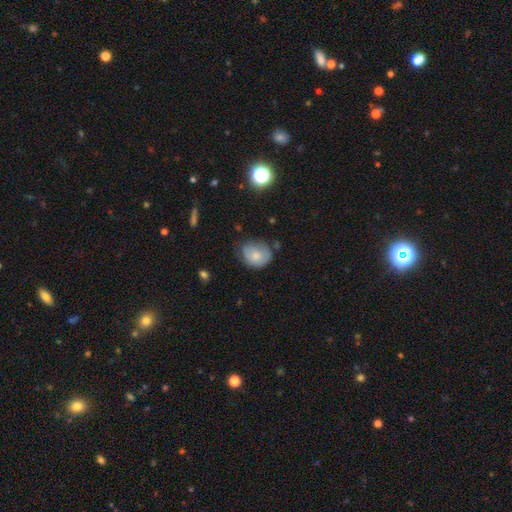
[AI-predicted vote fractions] This is likely a smooth galaxy (73%). How rounded: possibly round (59%). Merging: possibly none (53%).